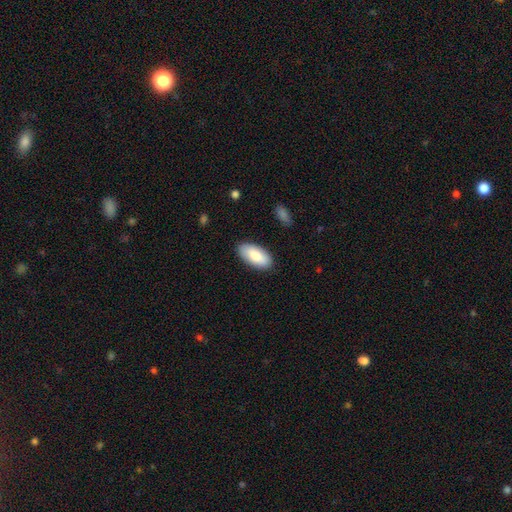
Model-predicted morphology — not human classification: Q: Smooth or featured?
A: smooth (84%); runner-up: featured or disk (10%)
Q: How rounded?
A: in between (92%); runner-up: cigar-shaped (6%)
Q: Merging?
A: none (87%); runner-up: minor disturbance (10%)